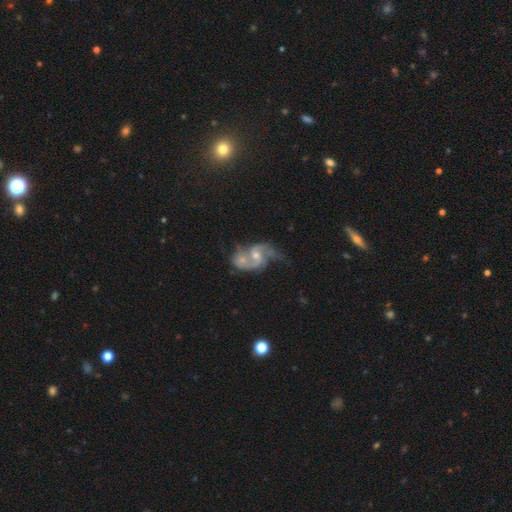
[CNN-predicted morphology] Smooth or featured?
  - featured or disk: 83% *
  - smooth: 9%
  - star or artifact: 8%
Edge-on disk?
  - no: 97% *
  - yes: 3%
Bar?
  - no: 56% *
  - weak: 36%
  - strong: 8%
Spiral arms?
  - yes: 92% *
  - no: 8%
Spiral winding?
  - loose: 47% *
  - medium: 41%
  - tight: 12%
Spiral arm count?
  - 2: 86% *
  - can't tell: 5%
  - 1: 5%
  - 3: 2%
  - 4: 1%
  - more than 4: 1%
Bulge size?
  - moderate: 47% *
  - small: 45%
  - none: 4%
  - large: 3%
  - dominant: 1%
Merging?
  - merger: 39% *
  - none: 32%
  - minor disturbance: 16%
  - major disturbance: 13%